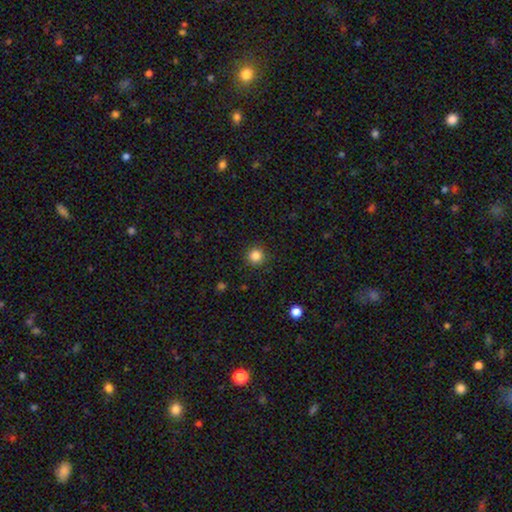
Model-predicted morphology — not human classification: A smooth galaxy with no disk features (84%) that is round (94%). Merging: none (91%).